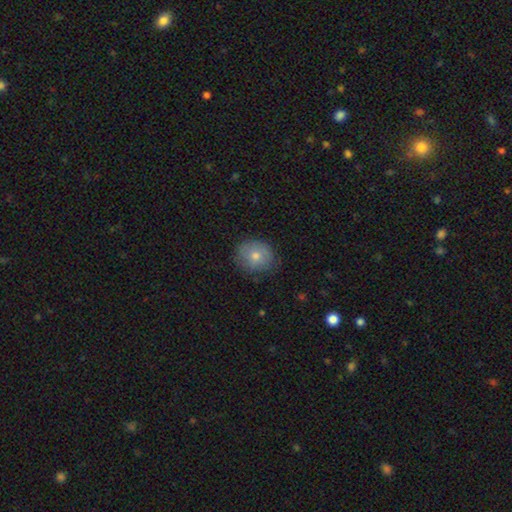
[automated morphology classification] Smooth or featured? smooth (72%)
How rounded? round (74%)
Merging? none (80%)